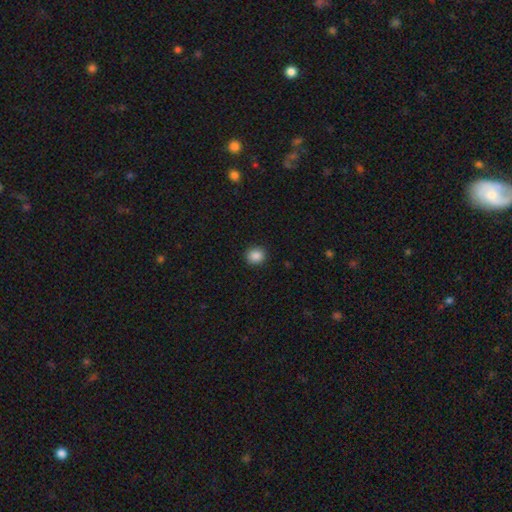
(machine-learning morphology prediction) Q: Smooth or featured?
A: smooth (87%); runner-up: star or artifact (10%)
Q: How rounded?
A: round (86%); runner-up: in between (13%)
Q: Merging?
A: none (90%); runner-up: minor disturbance (7%)